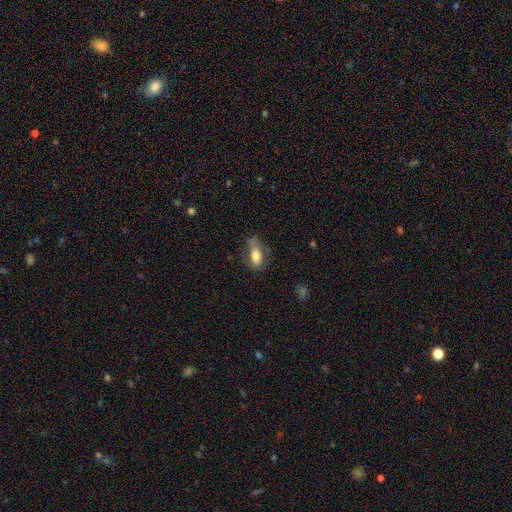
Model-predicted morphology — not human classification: Smooth or featured? Predicted: smooth (p=0.66). How rounded? Predicted: in between (p=0.80). Merging? Predicted: none (p=0.54).